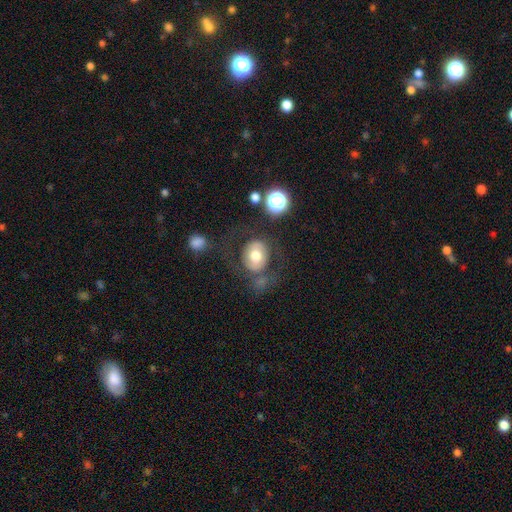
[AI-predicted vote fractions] Overall: smooth (61%; featured or disk 30%). How rounded: round (69%; in between 30%). Merging: none (62%).